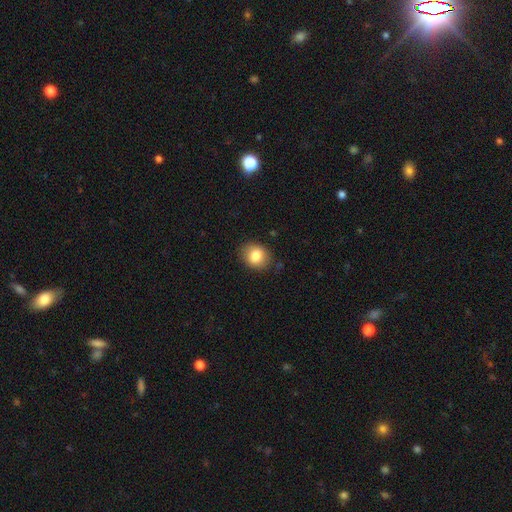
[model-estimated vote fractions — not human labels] Smooth or featured? smooth (83%)
How rounded? round (55%)
Merging? none (85%)